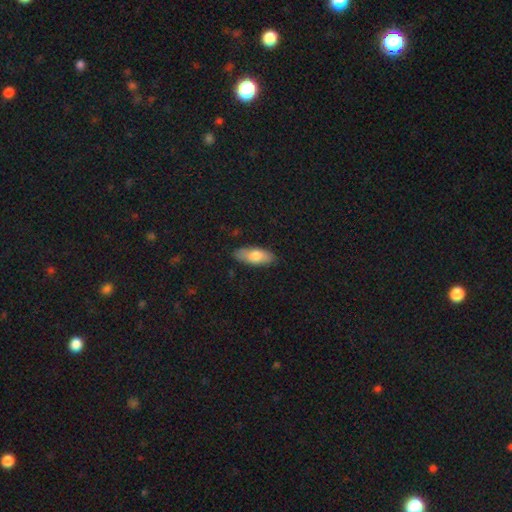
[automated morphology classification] type=smooth (75%); roundness=in between (77%); merging=none (84%).